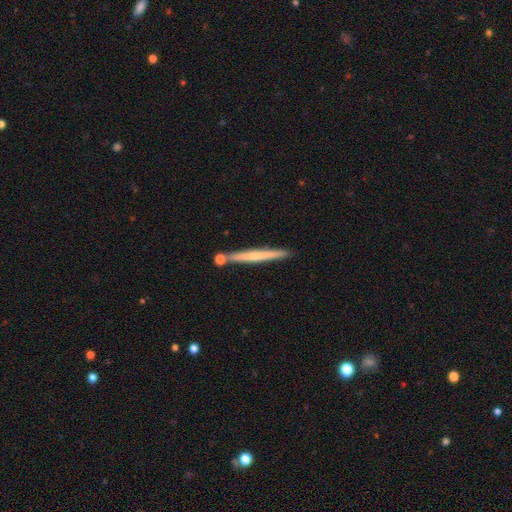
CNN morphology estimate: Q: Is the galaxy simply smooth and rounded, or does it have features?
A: smooth — 49%.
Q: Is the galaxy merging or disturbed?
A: none — 83%.